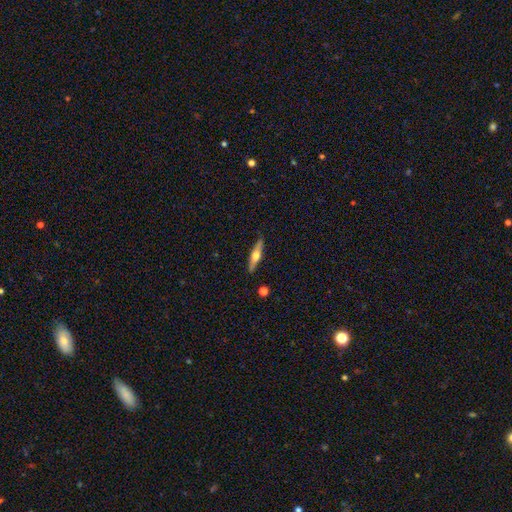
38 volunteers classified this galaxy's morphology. Overall: featured or disk (84%). Edge-on disk: yes (97%). Edge-on bulge: rounded (90%). Merging: none (87%).